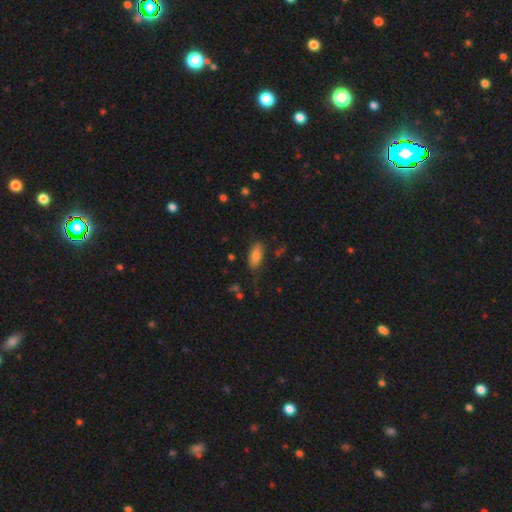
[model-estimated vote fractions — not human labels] A smooth galaxy with no disk features (83%) that is in between round and cigar-shaped (86%). Merging: none (79%).